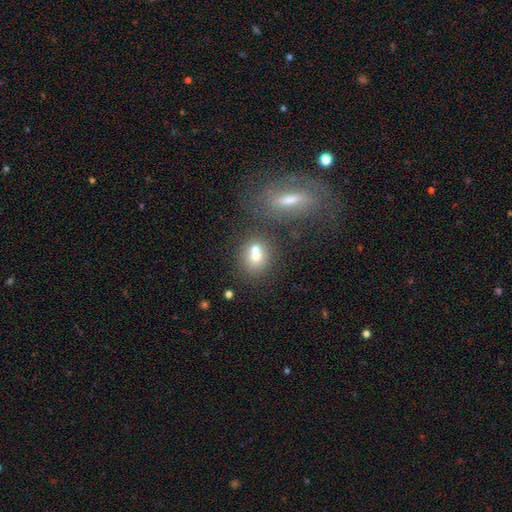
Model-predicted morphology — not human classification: smooth-or-featured: smooth: 67% | featured or disk: 20% | star or artifact: 13%
  how-rounded: round: 67% | in between: 31% | cigar-shaped: 2%
  merging: merger: 49% | none: 39% | minor disturbance: 8% | major disturbance: 4%